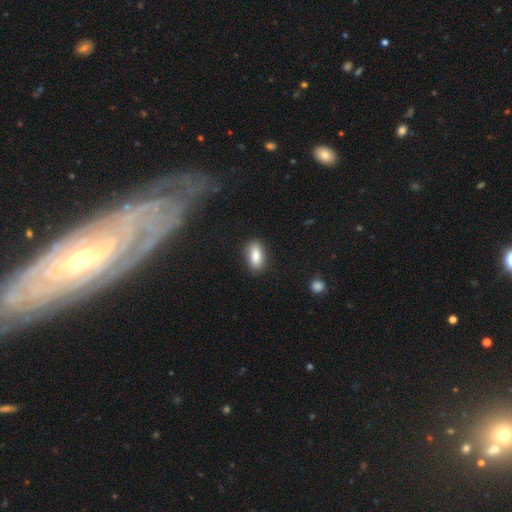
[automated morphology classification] smooth-or-featured: smooth: 86% | star or artifact: 7% | featured or disk: 7%
  how-rounded: in between: 87% | cigar-shaped: 8% | round: 4%
  merging: none: 85% | minor disturbance: 11% | major disturbance: 3% | merger: 1%